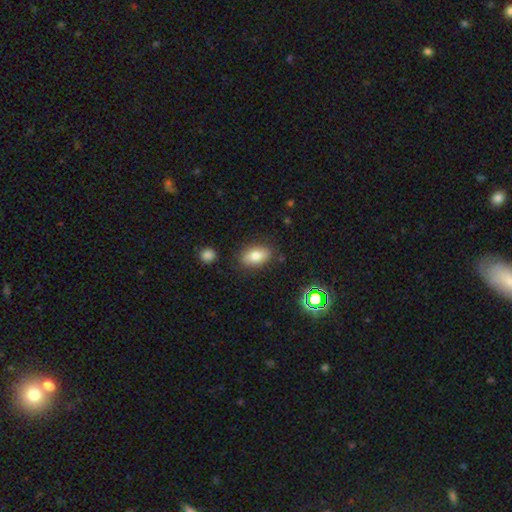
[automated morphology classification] Overall: smooth (80%). How rounded: in between (89%). Merging: none (82%).